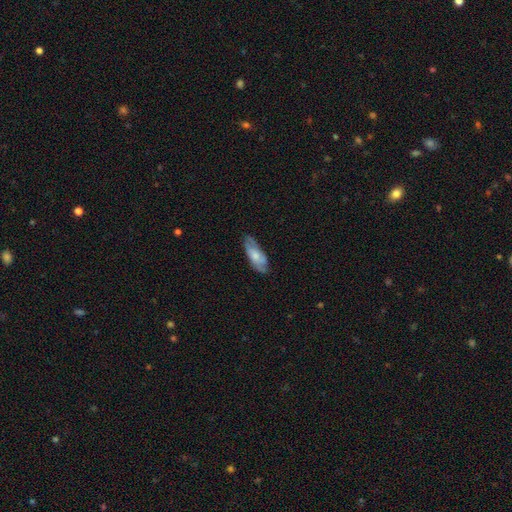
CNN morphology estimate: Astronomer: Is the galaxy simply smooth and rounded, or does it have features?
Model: smooth — 50% (runner-up: featured or disk, 44%).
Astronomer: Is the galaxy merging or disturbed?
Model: none — 71%.